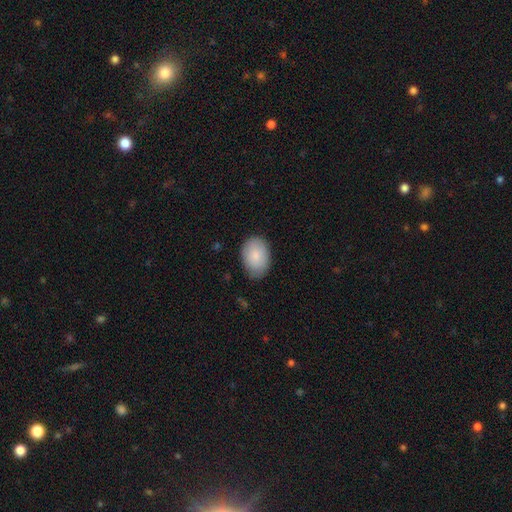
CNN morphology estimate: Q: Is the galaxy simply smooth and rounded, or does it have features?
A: smooth — 85%.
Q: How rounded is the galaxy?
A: in between — 87%.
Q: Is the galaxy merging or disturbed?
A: none — 80%.